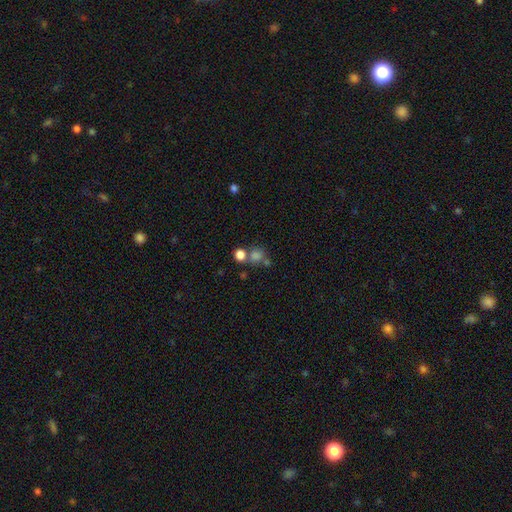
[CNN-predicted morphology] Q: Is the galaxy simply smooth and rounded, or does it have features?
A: smooth — 72%.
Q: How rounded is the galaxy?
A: round — 84%.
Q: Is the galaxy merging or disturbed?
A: none — 56%.